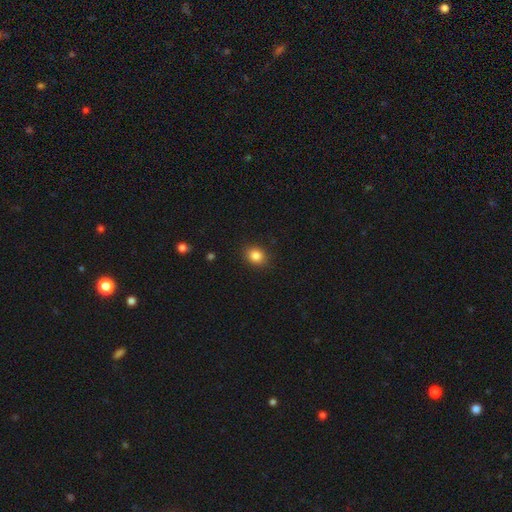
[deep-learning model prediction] The model was most divided on "how rounded": round: 59%, in between: 40%, cigar-shaped: 1%. More confident: merging — none (88%); smooth or featured — smooth (85%).